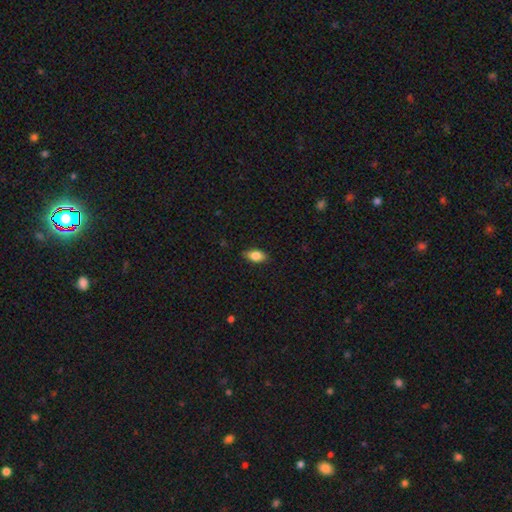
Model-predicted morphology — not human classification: A smooth galaxy with no disk features (80%) that is in between round and cigar-shaped (87%).

Vote fractions:
- Smooth or featured? smooth: 80% / featured or disk: 13% / star or artifact: 7%
- How rounded? in between: 87% / cigar-shaped: 7% / round: 6%
- Merging? none: 86% / minor disturbance: 10% / major disturbance: 2% / merger: 1%